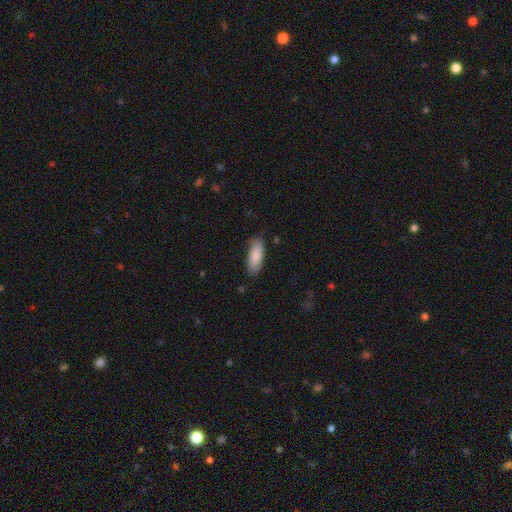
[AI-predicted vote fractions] smooth 86%, featured or disk 8%, star or artifact 6%. Down the decision tree: how rounded — in between (74%); merging — none (82%).